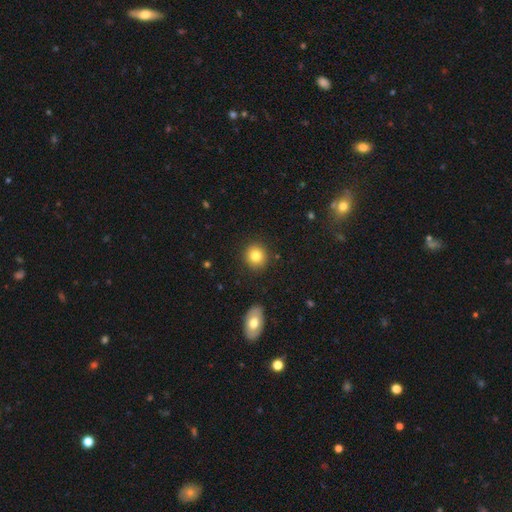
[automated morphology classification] This appears to be a smooth galaxy with no disk features (82%) that is round (86%). Merging: none (89%).